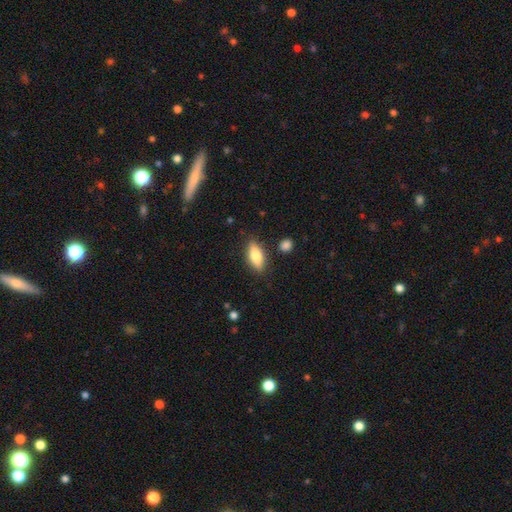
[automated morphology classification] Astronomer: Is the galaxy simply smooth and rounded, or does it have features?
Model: smooth — 76%.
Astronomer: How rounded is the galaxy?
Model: in between — 76%.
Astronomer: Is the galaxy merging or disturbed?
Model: none — 84%.